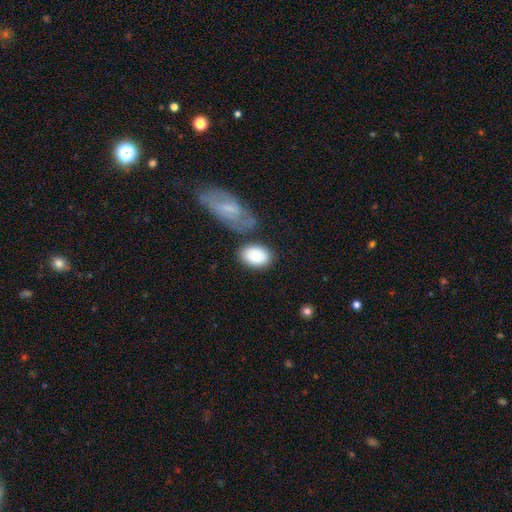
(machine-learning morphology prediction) Smooth or featured? Predicted: smooth (p=0.83). How rounded? Predicted: in between (p=0.87). Merging? Predicted: none (p=0.61).